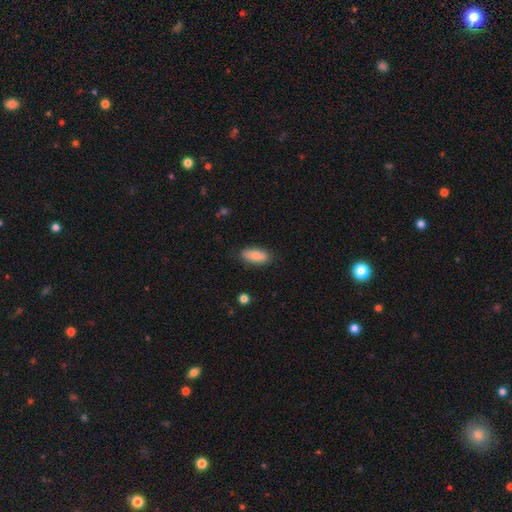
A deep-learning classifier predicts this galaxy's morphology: smooth_or_featured: smooth (p=0.83) [alt: featured or disk p=0.10]
how_rounded: in between (p=0.85) [alt: cigar-shaped p=0.12]
merging: none (p=0.84) [alt: minor disturbance p=0.12]